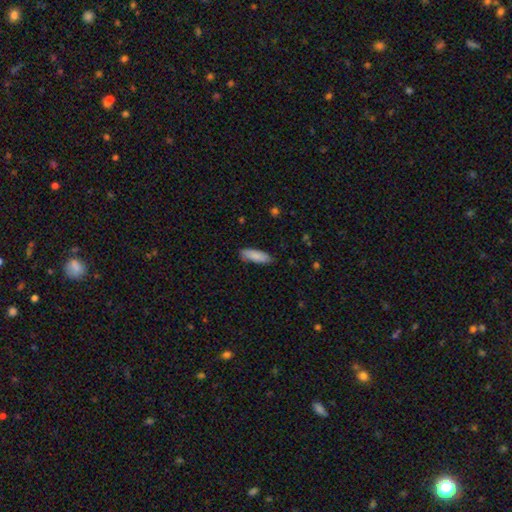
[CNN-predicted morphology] Q: Smooth or featured?
A: smooth (87%); runner-up: featured or disk (7%)
Q: How rounded?
A: in between (59%); runner-up: cigar-shaped (39%)
Q: Merging?
A: none (84%); runner-up: minor disturbance (13%)